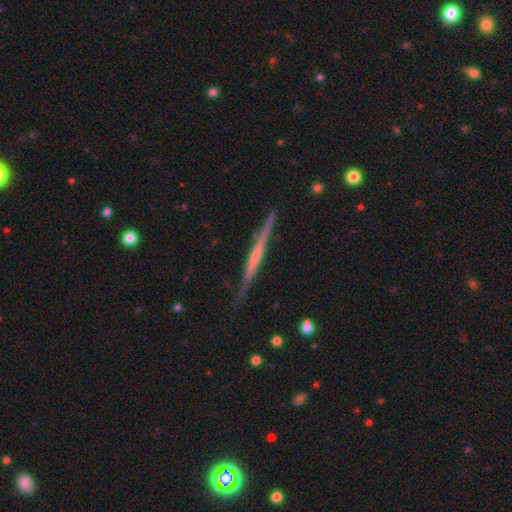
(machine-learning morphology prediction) This appears to be a featured or disk galaxy (64%) viewed edge-on (97%) with no central bulge (78%). Merging: none (81%).